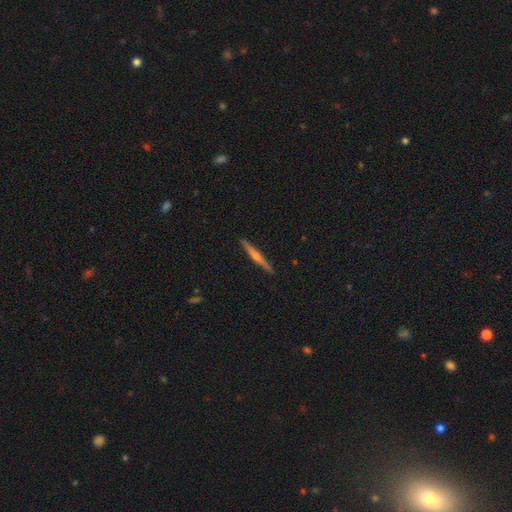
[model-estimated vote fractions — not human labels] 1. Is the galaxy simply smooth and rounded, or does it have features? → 68% featured or disk, 26% smooth, 5% star or artifact.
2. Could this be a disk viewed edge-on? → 98% yes, 2% no.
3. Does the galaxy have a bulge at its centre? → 76% rounded, 16% none, 8% boxy.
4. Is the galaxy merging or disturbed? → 92% none, 6% minor disturbance, 1% major disturbance, 1% merger.